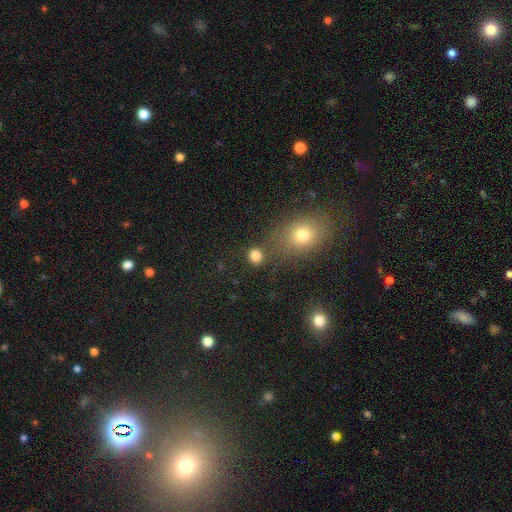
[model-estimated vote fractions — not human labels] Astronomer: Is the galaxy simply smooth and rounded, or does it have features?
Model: smooth — 82%.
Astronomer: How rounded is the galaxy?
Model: round — 79%.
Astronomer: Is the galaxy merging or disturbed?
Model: none — 77%.